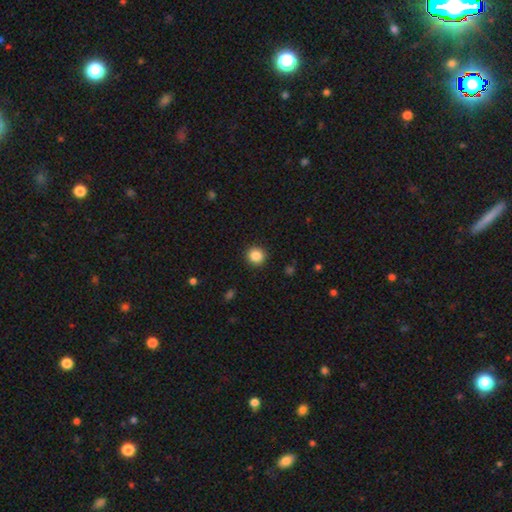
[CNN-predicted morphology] Q: Smooth or featured?
A: smooth (86%); runner-up: star or artifact (10%)
Q: How rounded?
A: round (93%); runner-up: in between (6%)
Q: Merging?
A: none (92%); runner-up: minor disturbance (5%)